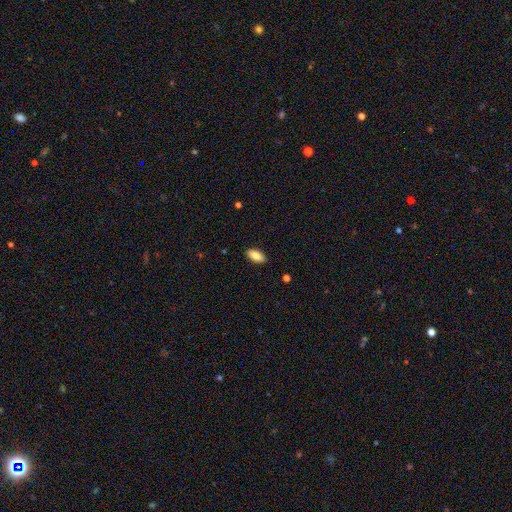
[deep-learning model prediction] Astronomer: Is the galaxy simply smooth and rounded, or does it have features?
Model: smooth — 87%.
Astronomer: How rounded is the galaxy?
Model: in between — 91%.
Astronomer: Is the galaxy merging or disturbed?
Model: none — 89%.